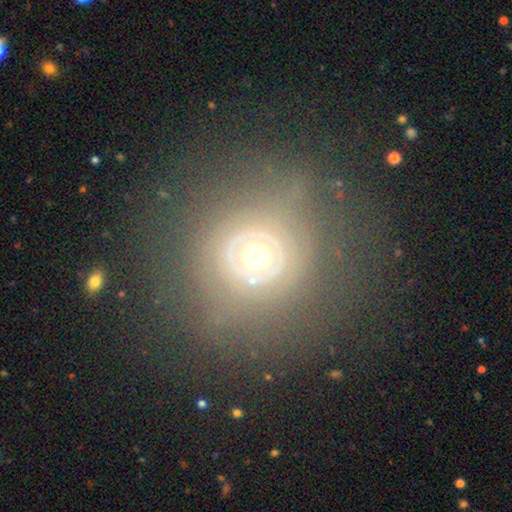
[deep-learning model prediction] A featured or disk galaxy (63%) with no bar (88%), no spiral arms (70%) and a moderate central bulge (66%). Merging: none (74%).